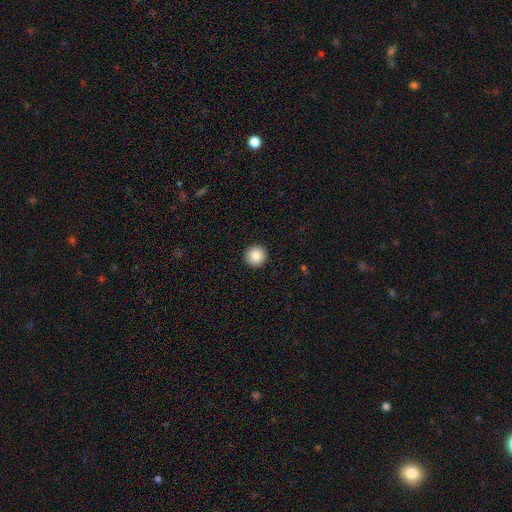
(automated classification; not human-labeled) Smooth or featured?
  - smooth: 86% *
  - star or artifact: 9%
  - featured or disk: 6%
How rounded?
  - round: 96% *
  - in between: 3%
  - cigar-shaped: 1%
Merging?
  - none: 94% *
  - minor disturbance: 4%
  - major disturbance: 1%
  - merger: 1%